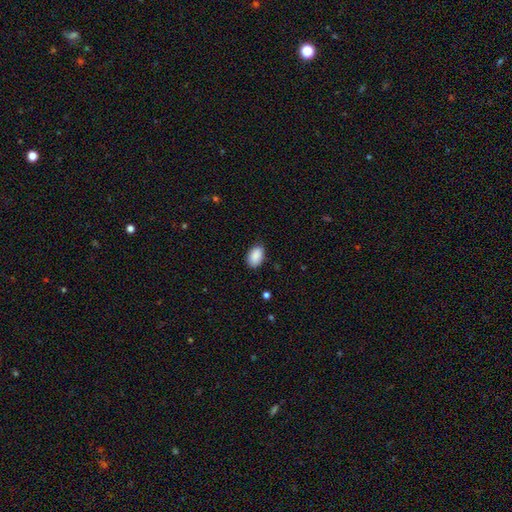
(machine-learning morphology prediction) type=smooth (90%); roundness=in between (91%); merging=none (79%).